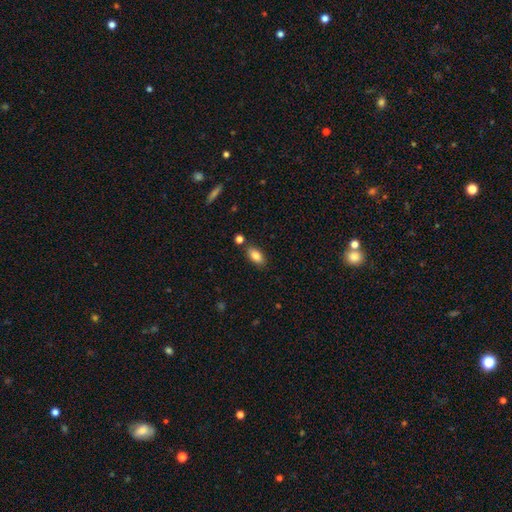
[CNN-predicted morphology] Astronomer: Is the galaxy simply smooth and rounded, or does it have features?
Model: smooth — 84%.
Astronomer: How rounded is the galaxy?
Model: in between — 88%.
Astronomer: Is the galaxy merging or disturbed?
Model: none — 78%.